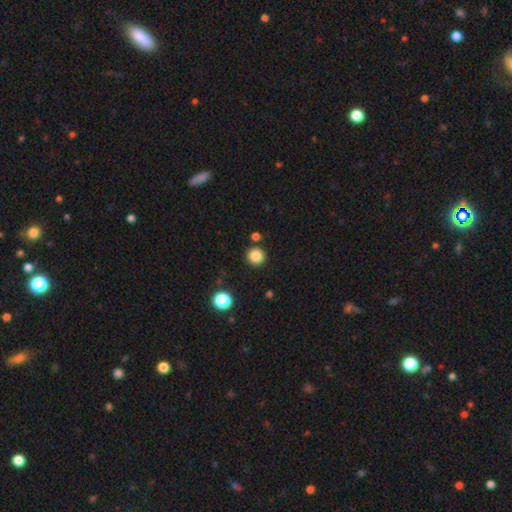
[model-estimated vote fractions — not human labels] smooth_or_featured: smooth (p=0.85) [alt: star or artifact p=0.11]
how_rounded: round (p=0.95) [alt: in between p=0.04]
merging: none (p=0.89) [alt: minor disturbance p=0.06]